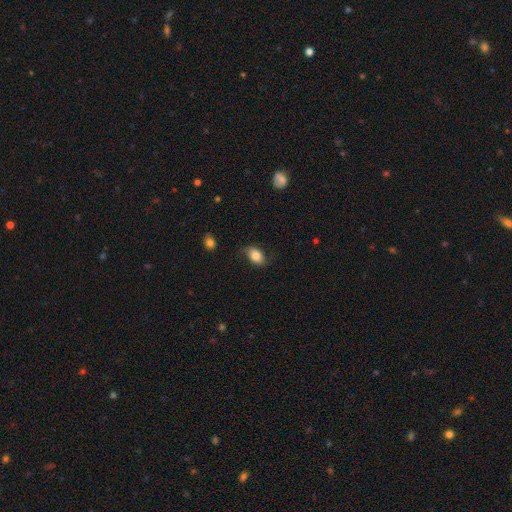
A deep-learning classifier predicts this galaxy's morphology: smooth-or-featured: smooth: 76% | featured or disk: 16% | star or artifact: 8%
  how-rounded: in between: 87% | round: 11% | cigar-shaped: 2%
  merging: none: 71% | minor disturbance: 21% | major disturbance: 6% | merger: 2%